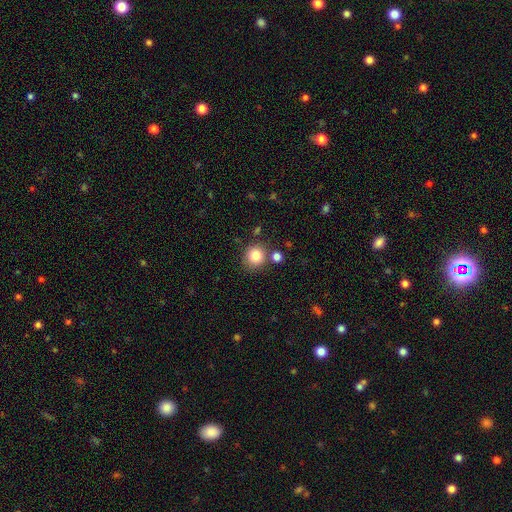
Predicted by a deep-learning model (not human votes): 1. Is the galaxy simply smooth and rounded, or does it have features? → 83% smooth, 11% star or artifact, 7% featured or disk.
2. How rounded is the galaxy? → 88% round, 11% in between, 1% cigar-shaped.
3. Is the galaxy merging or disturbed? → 77% none, 10% minor disturbance, 9% merger, 3% major disturbance.